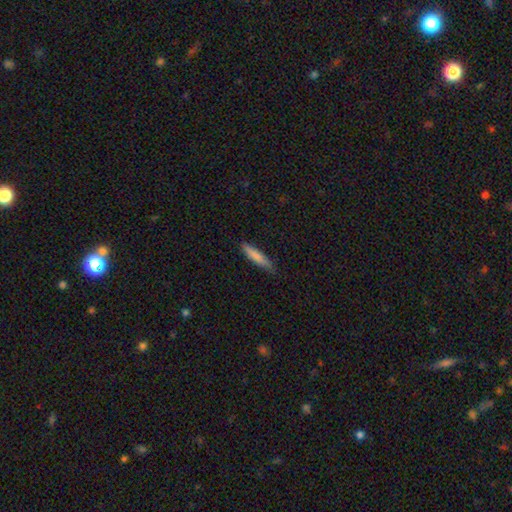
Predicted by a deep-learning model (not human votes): Smooth or featured? Predicted: smooth (p=0.81). How rounded? Predicted: cigar-shaped (p=0.87). Merging? Predicted: none (p=0.83).